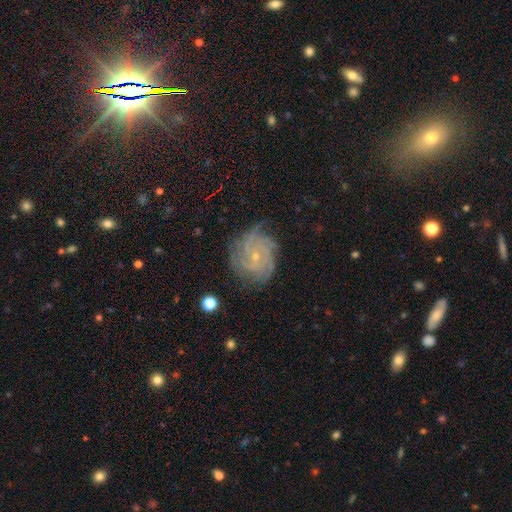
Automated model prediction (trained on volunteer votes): Smooth or featured?
  - featured or disk: 81% *
  - star or artifact: 10%
  - smooth: 9%
Edge-on disk?
  - no: 97% *
  - yes: 3%
Bar?
  - no: 73% *
  - weak: 22%
  - strong: 5%
Spiral arms?
  - yes: 97% *
  - no: 3%
Spiral winding?
  - tight: 68% *
  - medium: 27%
  - loose: 5%
Spiral arm count?
  - 4: 26% *
  - can't tell: 24%
  - 3: 21%
  - 2: 11%
  - more than 4: 11%
  - 1: 8%
Bulge size?
  - small: 78% *
  - moderate: 18%
  - none: 2%
  - large: 1%
  - dominant: 1%
Merging?
  - none: 76% *
  - minor disturbance: 17%
  - major disturbance: 5%
  - merger: 1%